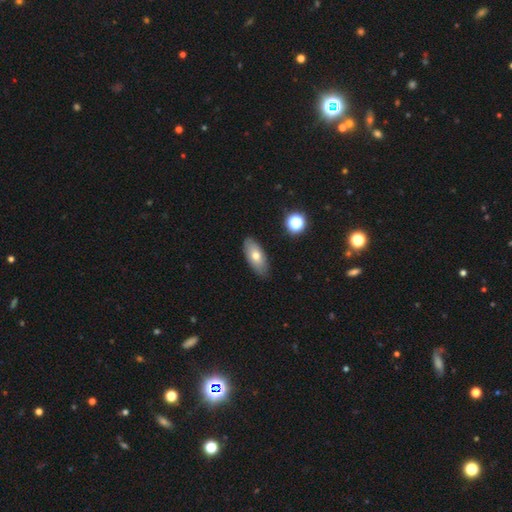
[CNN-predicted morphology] This appears to be a smooth galaxy with no disk features (67%) that is in between round and cigar-shaped (85%). Merging: none (84%).